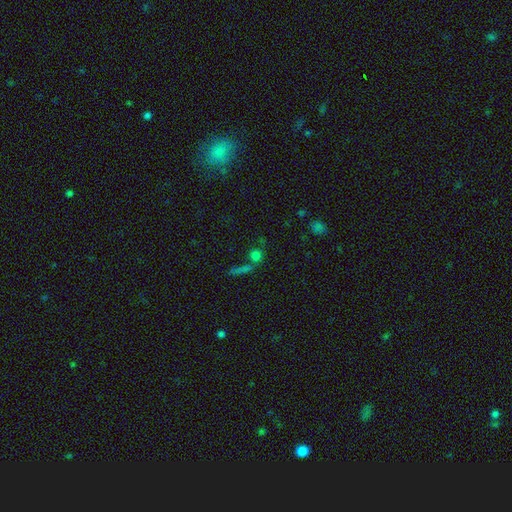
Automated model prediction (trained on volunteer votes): smooth_or_featured: smooth (p=0.68) [alt: star or artifact p=0.23]
how_rounded: round (p=0.85) [alt: in between p=0.10]
merging: none (p=0.60) [alt: merger p=0.26]